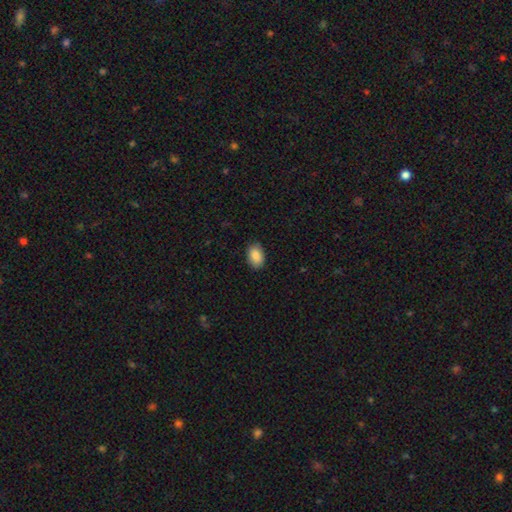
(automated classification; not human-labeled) Q: Smooth or featured?
A: smooth (89%); runner-up: star or artifact (7%)
Q: How rounded?
A: in between (87%); runner-up: round (12%)
Q: Merging?
A: none (87%); runner-up: minor disturbance (10%)